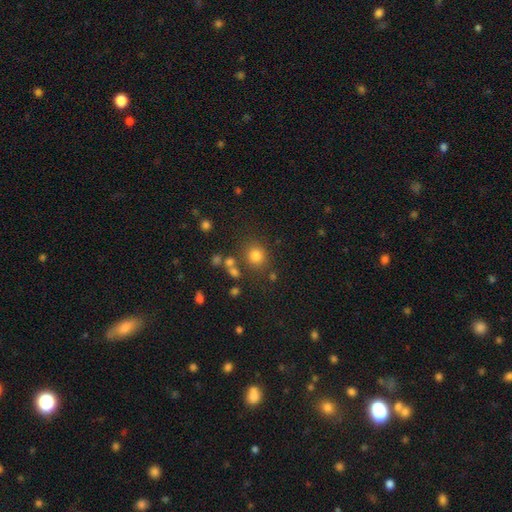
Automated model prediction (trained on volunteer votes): smooth_or_featured: smooth (p=0.79) [alt: star or artifact p=0.14]
how_rounded: round (p=0.84) [alt: in between p=0.15]
merging: none (p=0.77) [alt: minor disturbance p=0.10]